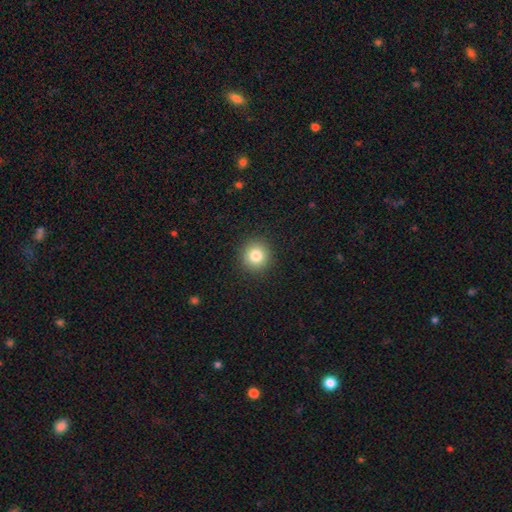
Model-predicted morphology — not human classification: smooth_or_featured: smooth (p=0.82) [alt: star or artifact p=0.11]
how_rounded: round (p=0.93) [alt: in between p=0.06]
merging: none (p=0.92) [alt: minor disturbance p=0.05]